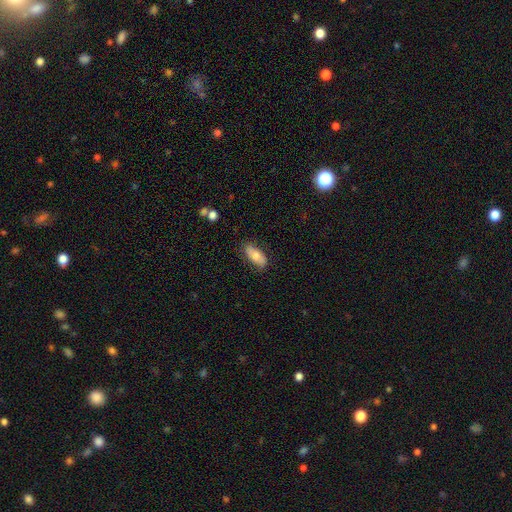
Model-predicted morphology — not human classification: smooth-or-featured: smooth: 69% | featured or disk: 24% | star or artifact: 7%
  how-rounded: in between: 84% | cigar-shaped: 13% | round: 3%
  merging: none: 78% | minor disturbance: 17% | major disturbance: 4% | merger: 1%